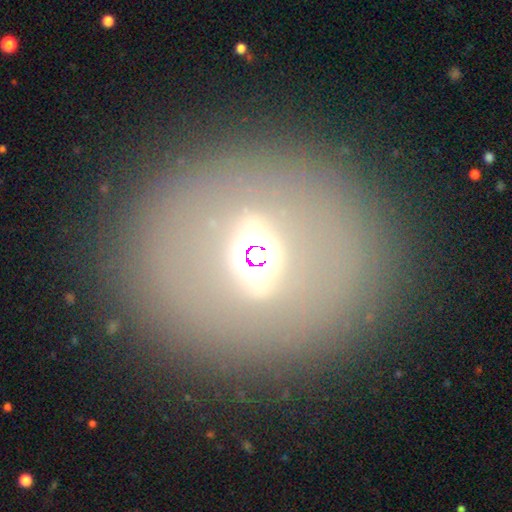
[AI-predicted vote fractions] Q: Smooth or featured?
A: star or artifact (49%); runner-up: smooth (31%)